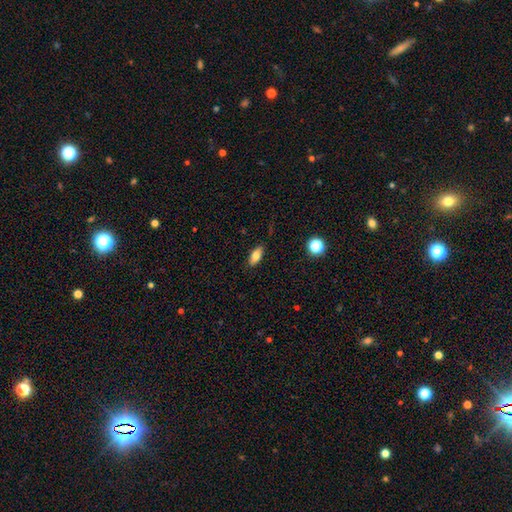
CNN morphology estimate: Smooth or featured: smooth — 78% (featured or disk — 13%)
How rounded: in between — 85% (cigar-shaped — 11%)
Merging: none — 87% (minor disturbance — 10%)